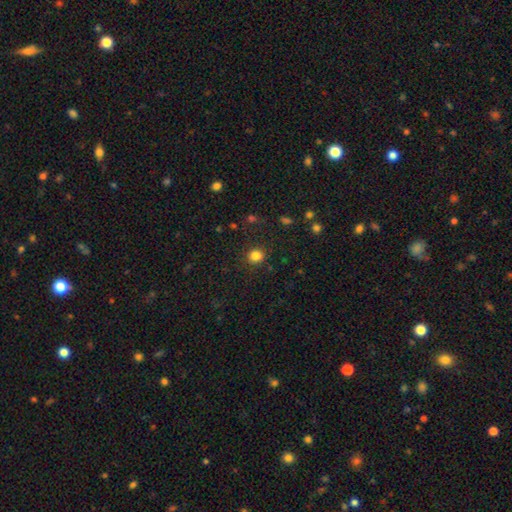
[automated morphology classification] Smooth or featured? smooth (83%)
How rounded? round (79%)
Merging? none (87%)